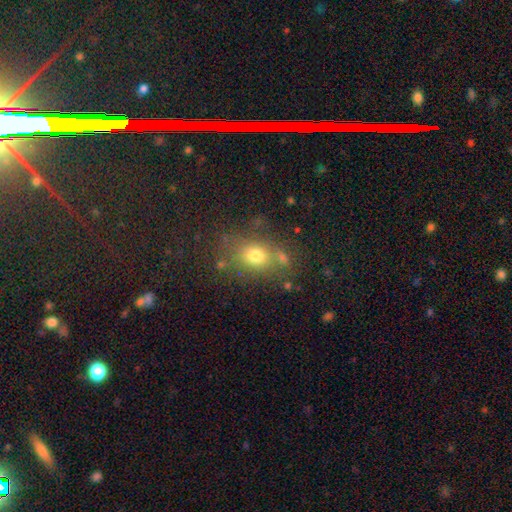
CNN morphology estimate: Smooth or featured?
  - smooth: 73% *
  - star or artifact: 14%
  - featured or disk: 13%
How rounded?
  - in between: 53% *
  - round: 45%
  - cigar-shaped: 2%
Merging?
  - none: 67% *
  - minor disturbance: 16%
  - merger: 9%
  - major disturbance: 7%